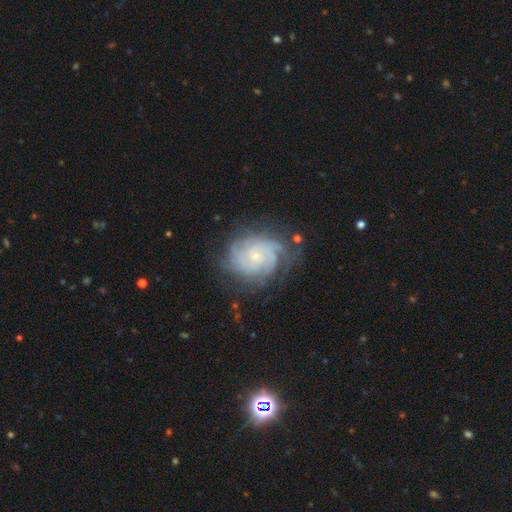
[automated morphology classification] Q: Smooth or featured?
A: featured or disk (82%); runner-up: smooth (11%)
Q: Edge-on disk?
A: no (97%); runner-up: yes (3%)
Q: Bar?
A: no (75%); runner-up: weak (22%)
Q: Spiral arms?
A: yes (96%); runner-up: no (4%)
Q: Spiral winding?
A: tight (71%); runner-up: medium (23%)
Q: Spiral arm count?
A: can't tell (34%); runner-up: 4 (19%)
Q: Bulge size?
A: small (74%); runner-up: moderate (19%)
Q: Merging?
A: none (70%); runner-up: minor disturbance (19%)